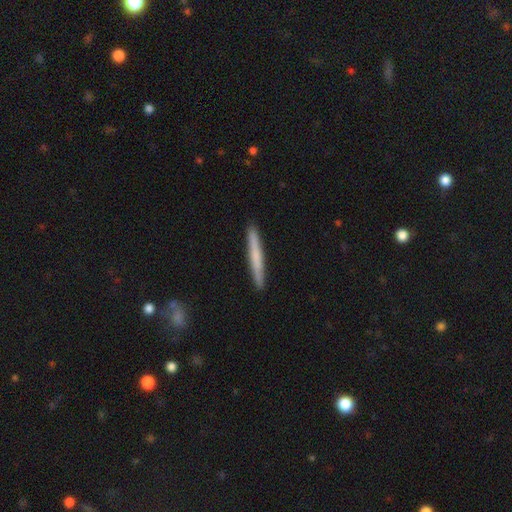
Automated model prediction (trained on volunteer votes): Smooth or featured?
  - smooth: 61% *
  - featured or disk: 34%
  - star or artifact: 5%
How rounded?
  - cigar-shaped: 97% *
  - in between: 2%
  - round: 1%
Merging?
  - none: 92% *
  - minor disturbance: 6%
  - major disturbance: 1%
  - merger: 1%